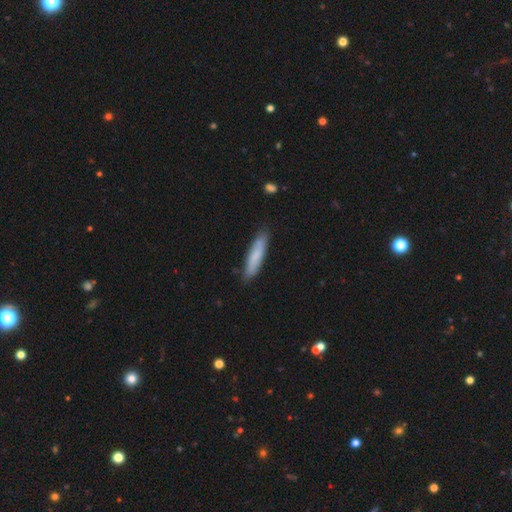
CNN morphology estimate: This is likely a smooth galaxy (78%). How rounded: clearly cigar-shaped (85%). Merging: clearly none (86%).